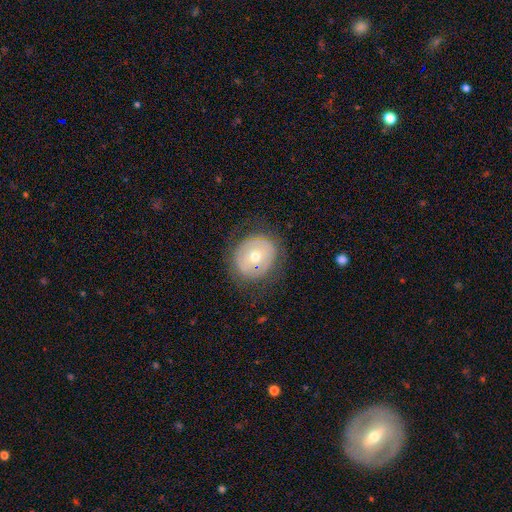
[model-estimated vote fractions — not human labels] smooth-or-featured: featured or disk: 48% | smooth: 45% | star or artifact: 8%
  merging: none: 74% | minor disturbance: 16% | major disturbance: 9% | merger: 1%